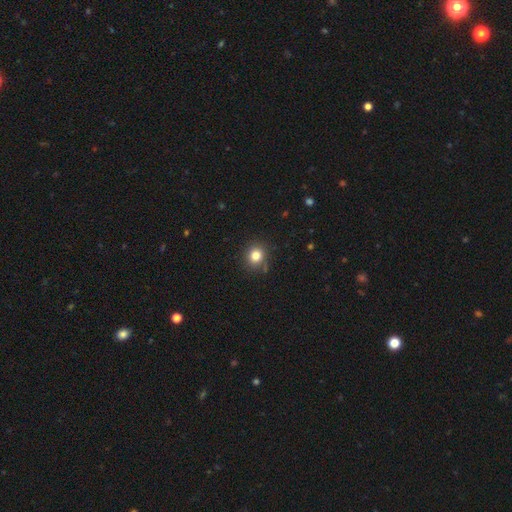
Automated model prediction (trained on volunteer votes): Morphology: type=smooth (81%); roundness=round (84%); merging=none (84%).